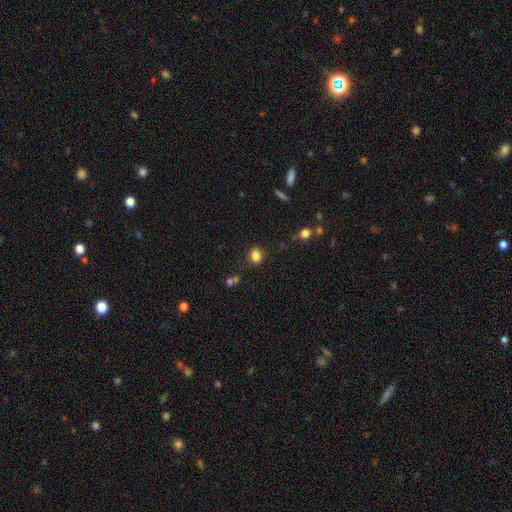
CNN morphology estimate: smooth_or_featured: smooth (p=0.83) [alt: star or artifact p=0.12]
how_rounded: in between (p=0.50) [alt: round p=0.49]
merging: none (p=0.83) [alt: minor disturbance p=0.10]